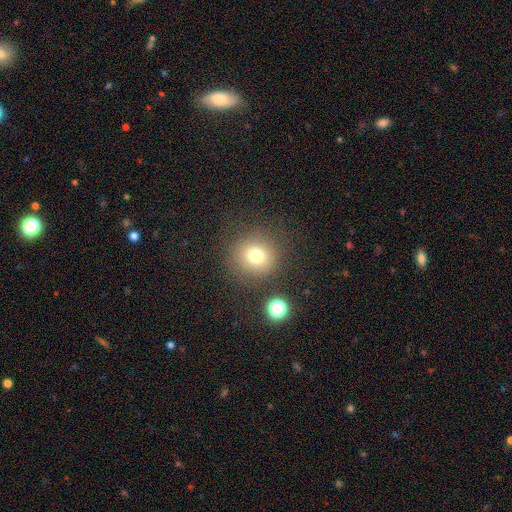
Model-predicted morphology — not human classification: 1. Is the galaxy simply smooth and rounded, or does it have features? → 74% smooth, 16% star or artifact, 10% featured or disk.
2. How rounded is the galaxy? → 90% round, 9% in between, 1% cigar-shaped.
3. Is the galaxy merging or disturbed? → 83% none, 8% minor disturbance, 5% major disturbance, 3% merger.